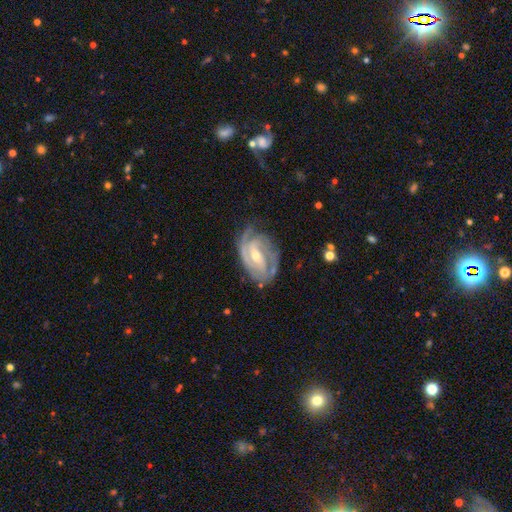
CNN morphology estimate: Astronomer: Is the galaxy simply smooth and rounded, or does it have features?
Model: featured or disk — 89%.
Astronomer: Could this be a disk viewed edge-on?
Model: no — 96%.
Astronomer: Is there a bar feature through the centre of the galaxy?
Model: weak — 46% (runner-up: strong, 31%).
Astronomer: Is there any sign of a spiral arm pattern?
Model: yes — 97%.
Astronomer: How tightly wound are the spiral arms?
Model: tight — 60%.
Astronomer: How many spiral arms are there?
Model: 2 — 44% (runner-up: 3, 25%).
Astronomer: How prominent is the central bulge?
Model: moderate — 50% (runner-up: small, 47%).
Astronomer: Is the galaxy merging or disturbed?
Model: none — 69%.